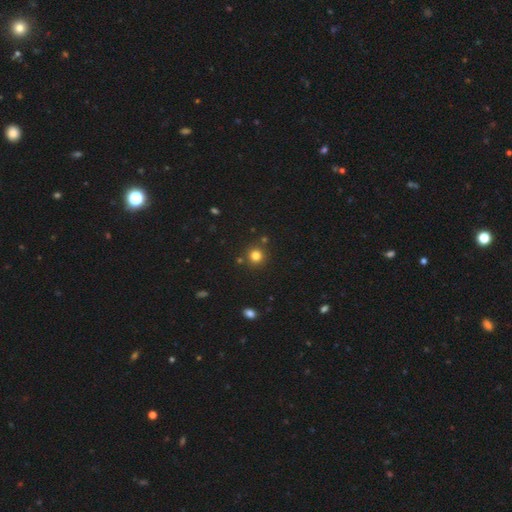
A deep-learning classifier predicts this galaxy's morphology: Smooth or featured?
  - smooth: 79% *
  - star or artifact: 15%
  - featured or disk: 6%
How rounded?
  - round: 92% *
  - in between: 7%
  - cigar-shaped: 1%
Merging?
  - none: 85% *
  - minor disturbance: 7%
  - merger: 6%
  - major disturbance: 2%